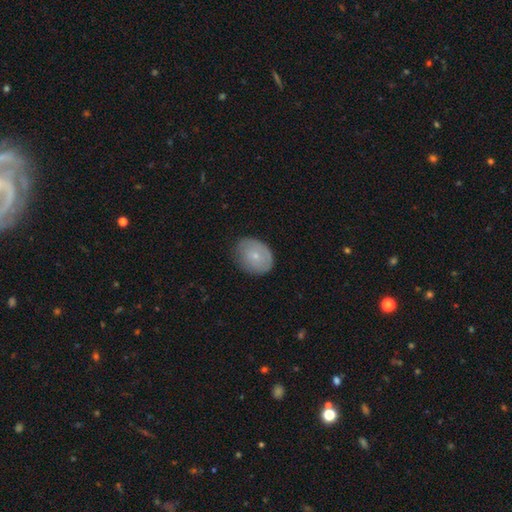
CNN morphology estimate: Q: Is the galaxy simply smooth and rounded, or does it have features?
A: smooth — 64%.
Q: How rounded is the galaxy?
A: in between — 54%.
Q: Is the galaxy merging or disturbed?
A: none — 70%.